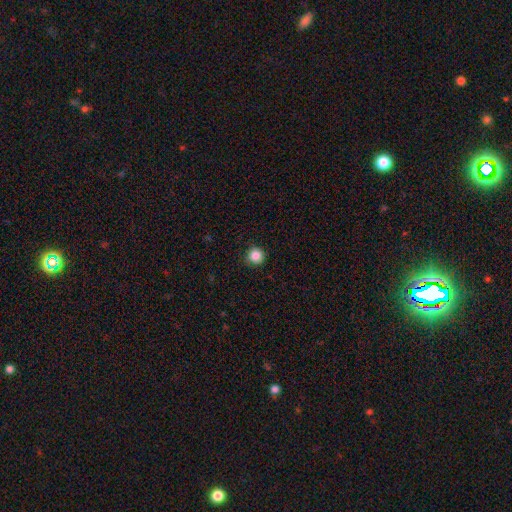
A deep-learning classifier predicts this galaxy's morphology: Smooth or featured: smooth — 86% (star or artifact — 11%)
How rounded: round — 95% (in between — 4%)
Merging: none — 89% (minor disturbance — 8%)